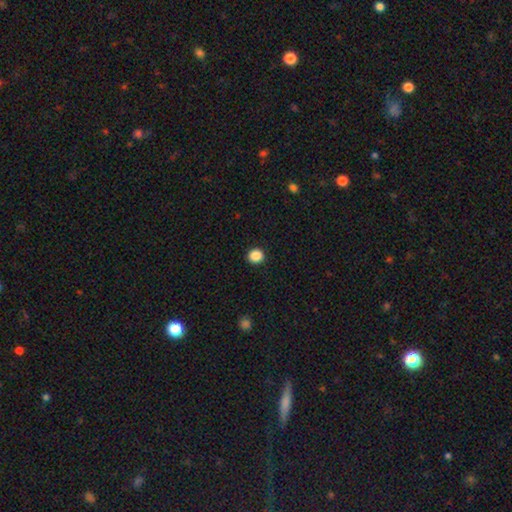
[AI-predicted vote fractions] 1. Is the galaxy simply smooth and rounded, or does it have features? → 88% smooth, 10% star or artifact, 2% featured or disk.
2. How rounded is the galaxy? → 89% round, 10% in between, 1% cigar-shaped.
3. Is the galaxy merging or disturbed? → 92% none, 5% minor disturbance, 2% major disturbance, 1% merger.